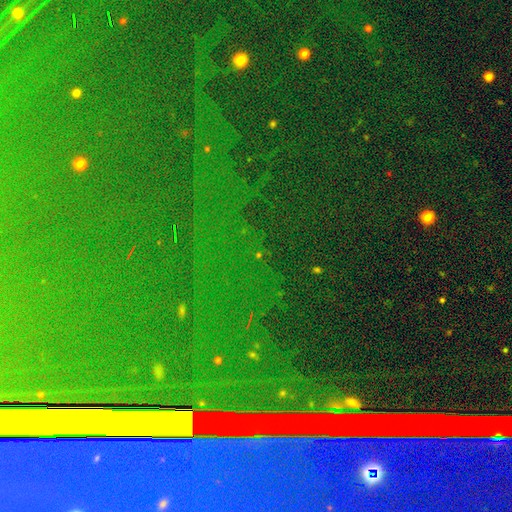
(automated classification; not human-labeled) The model was most divided on "smooth or featured": star or artifact: 88%, featured or disk: 6%, smooth: 6%.